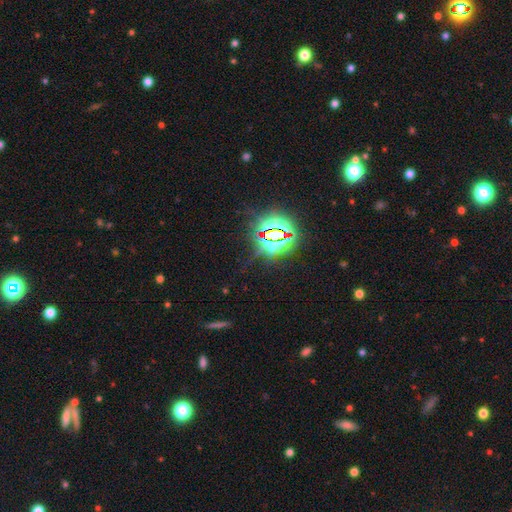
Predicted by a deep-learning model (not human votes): A star or artifact, not a galaxy (82%).